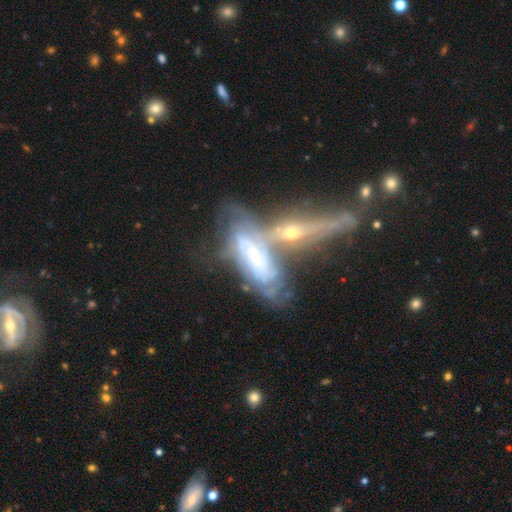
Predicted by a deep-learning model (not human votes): This is likely a featured or disk galaxy (77%). It is likely not viewed edge-on (61%). Merging: possibly merger (56%).